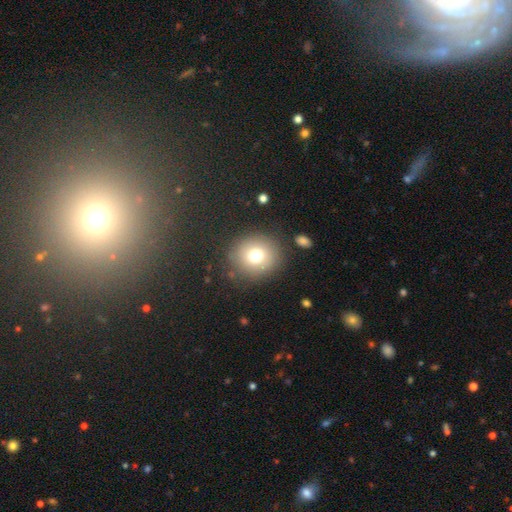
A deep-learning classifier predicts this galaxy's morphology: The model was most divided on "smooth or featured": smooth: 74%, star or artifact: 13%, featured or disk: 13%. More confident: how rounded — round (84%); merging — none (83%).